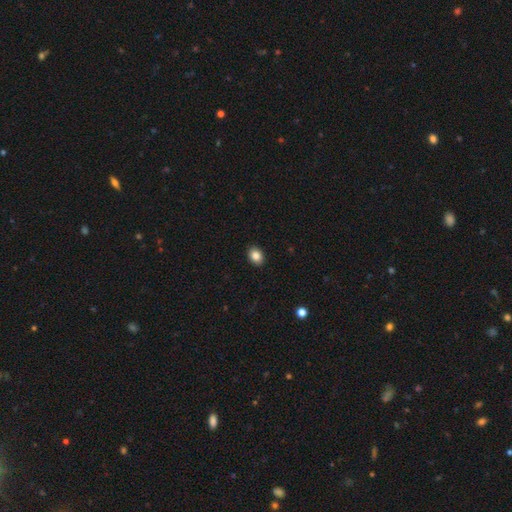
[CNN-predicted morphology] smooth 86%, star or artifact 9%, featured or disk 5%. Down the decision tree: how rounded — in between (58%); merging — none (91%).